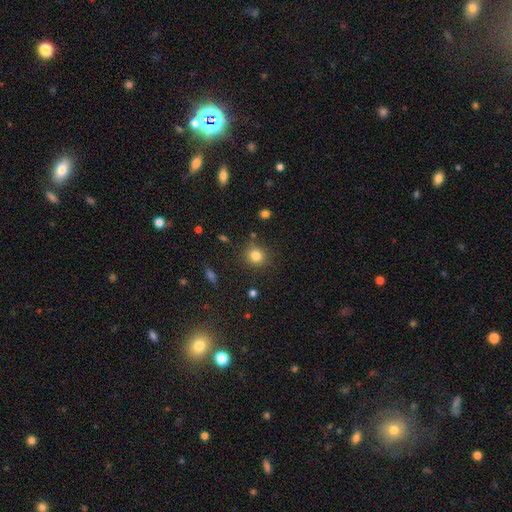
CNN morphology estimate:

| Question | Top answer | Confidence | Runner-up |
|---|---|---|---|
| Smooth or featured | smooth | 82% | star or artifact (13%) |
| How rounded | round | 84% | in between (15%) |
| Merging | none | 83% | minor disturbance (10%) |